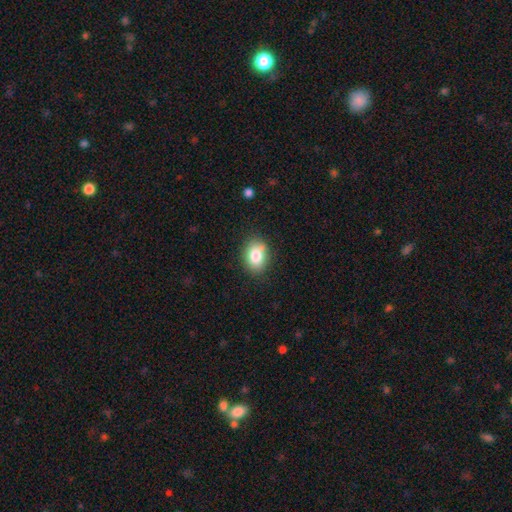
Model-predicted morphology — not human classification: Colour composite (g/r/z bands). It shows a smooth galaxy with no disk features (82%) that is in between round and cigar-shaped (72%). Merging: none (78%).